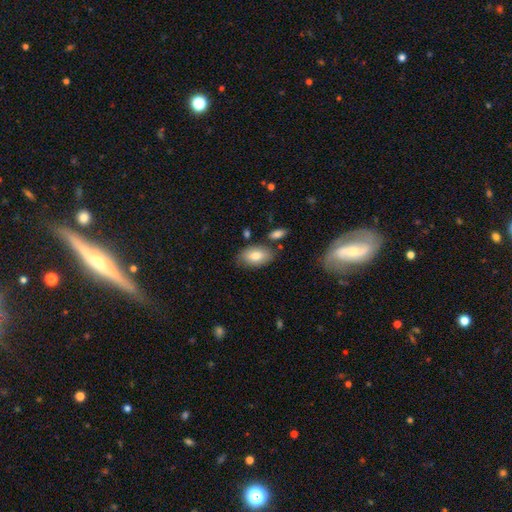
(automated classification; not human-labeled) Smooth or featured: smooth — 79% (featured or disk — 14%)
How rounded: in between — 93% (round — 5%)
Merging: none — 77% (minor disturbance — 14%)